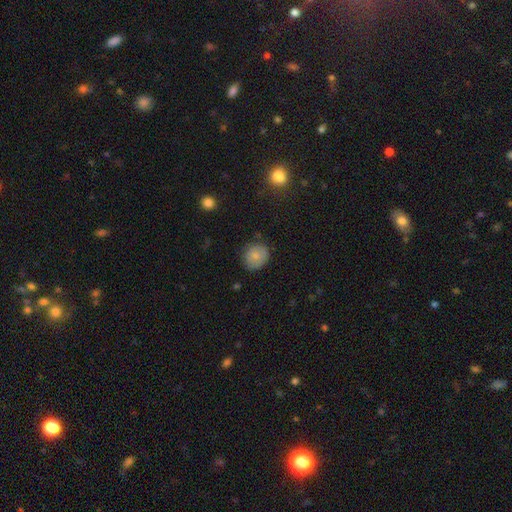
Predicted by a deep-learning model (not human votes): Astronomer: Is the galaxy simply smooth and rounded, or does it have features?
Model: smooth — 80%.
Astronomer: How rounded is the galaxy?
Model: round — 75%.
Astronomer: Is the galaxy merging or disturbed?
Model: none — 75%.